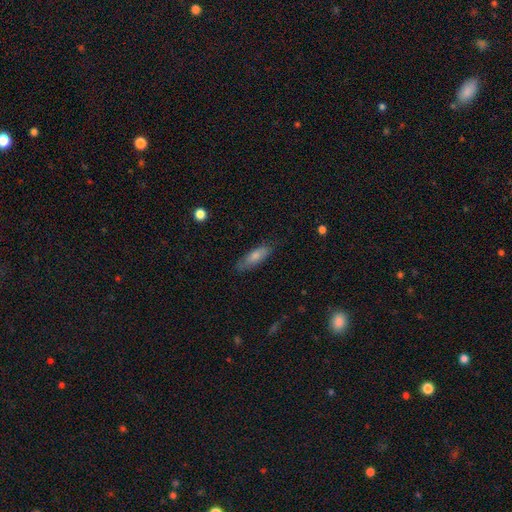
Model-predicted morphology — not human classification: smooth 75%, featured or disk 19%, star or artifact 6%. Down the decision tree: how rounded — in between (54%); merging — none (78%).